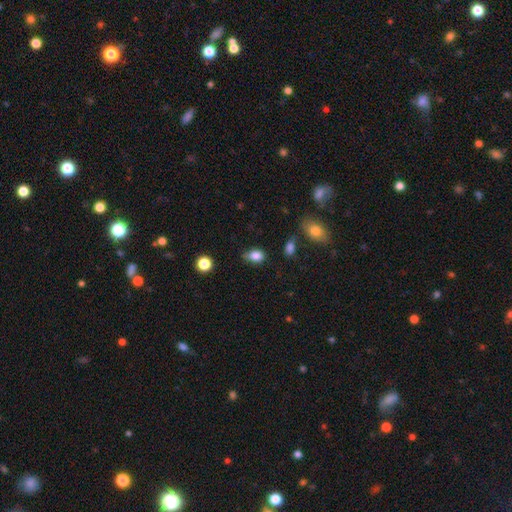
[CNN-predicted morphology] smooth-or-featured: smooth: 84% | star or artifact: 9% | featured or disk: 6%
  how-rounded: in between: 80% | round: 19% | cigar-shaped: 2%
  merging: none: 56% | minor disturbance: 34% | major disturbance: 7% | merger: 3%